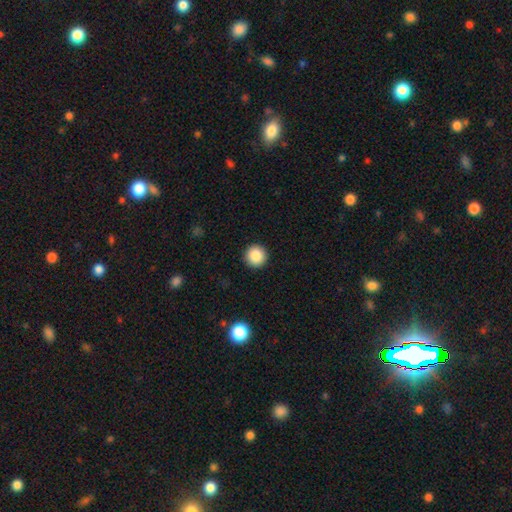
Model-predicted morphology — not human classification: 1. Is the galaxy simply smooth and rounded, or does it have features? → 87% smooth, 9% star or artifact, 4% featured or disk.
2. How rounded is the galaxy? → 96% round, 3% in between, 1% cigar-shaped.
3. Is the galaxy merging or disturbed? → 93% none, 4% minor disturbance, 2% major disturbance, 1% merger.